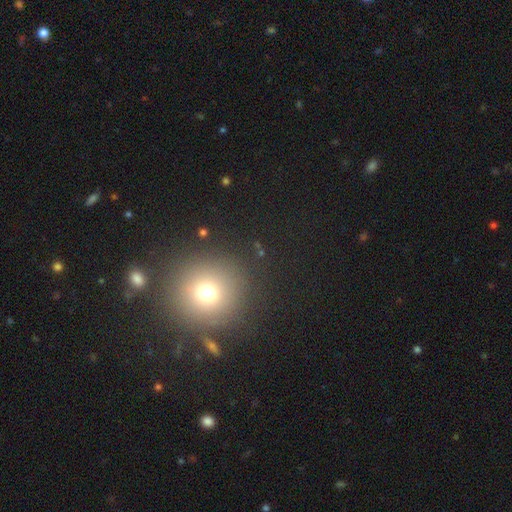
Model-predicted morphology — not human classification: smooth 63%, star or artifact 28%, featured or disk 9%. Down the decision tree: how rounded — round (92%); merging — none (88%).